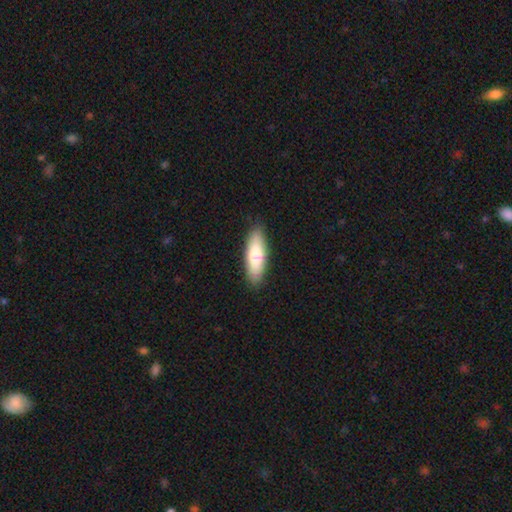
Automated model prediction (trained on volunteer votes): The model was most divided on "how rounded": in between: 54%, cigar-shaped: 44%, round: 2%. More confident: merging — none (88%); smooth or featured — smooth (80%).